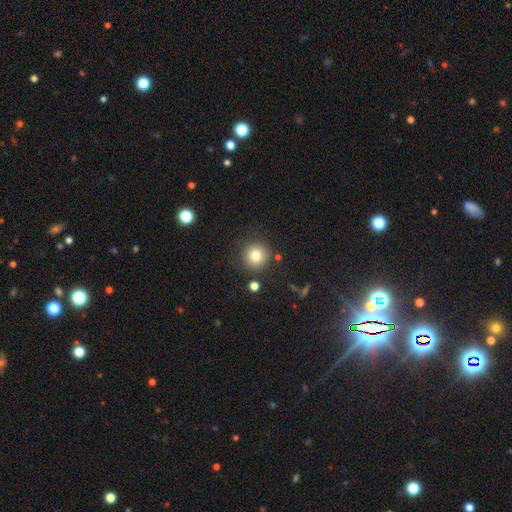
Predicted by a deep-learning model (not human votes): smooth 80%, star or artifact 12%, featured or disk 8%. Down the decision tree: how rounded — round (94%); merging — none (85%).